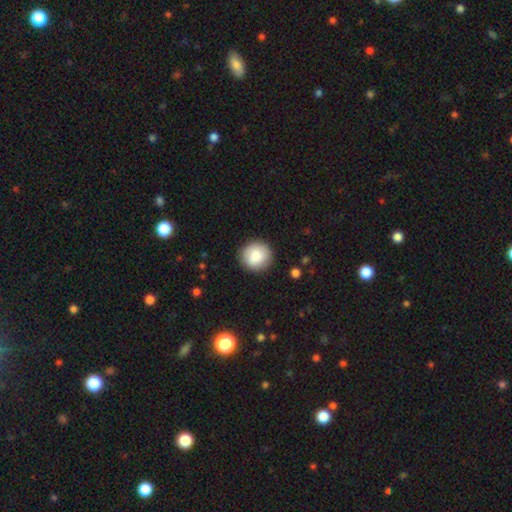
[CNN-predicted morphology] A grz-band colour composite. It shows a smooth galaxy with no disk features (86%) that is round (94%). Merging: none (89%).